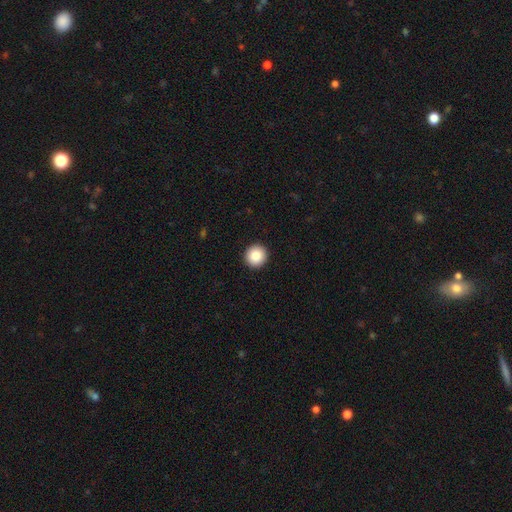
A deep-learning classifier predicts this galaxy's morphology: The model was most divided on "smooth or featured": smooth: 88%, star or artifact: 8%, featured or disk: 4%. More confident: how rounded — round (95%); merging — none (93%).